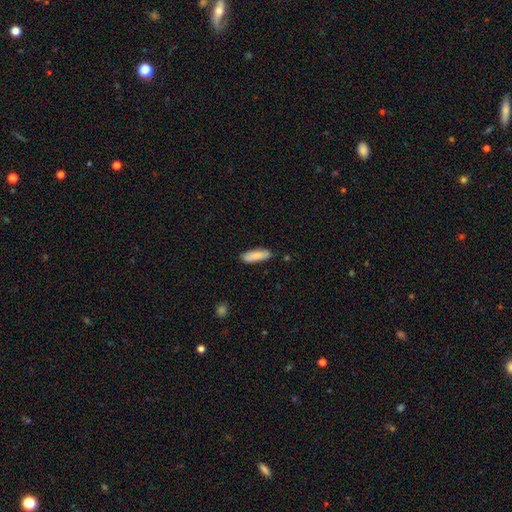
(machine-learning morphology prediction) Q: Smooth or featured?
A: smooth (86%); runner-up: featured or disk (8%)
Q: How rounded?
A: cigar-shaped (51%); runner-up: in between (48%)
Q: Merging?
A: none (85%); runner-up: minor disturbance (11%)